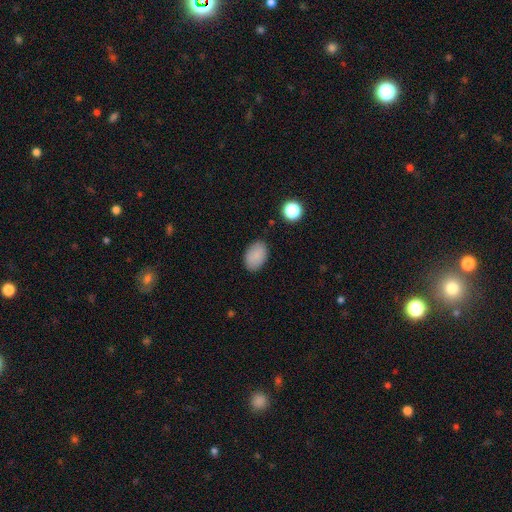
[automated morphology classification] smooth_or_featured: smooth (p=0.86) [alt: star or artifact p=0.09]
how_rounded: in between (p=0.88) [alt: round p=0.11]
merging: none (p=0.86) [alt: minor disturbance p=0.10]